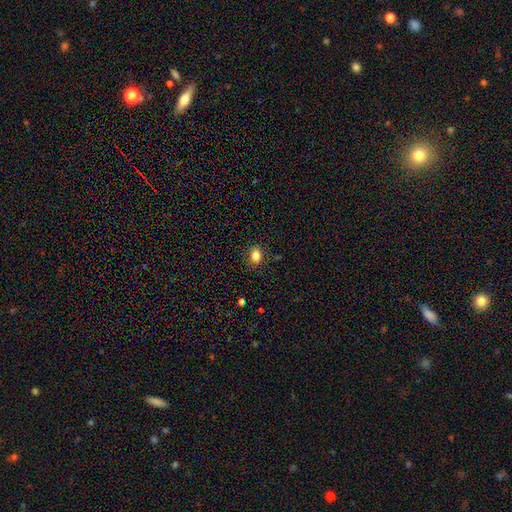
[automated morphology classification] type=smooth (83%); roundness=in between (61%); merging=none (86%).